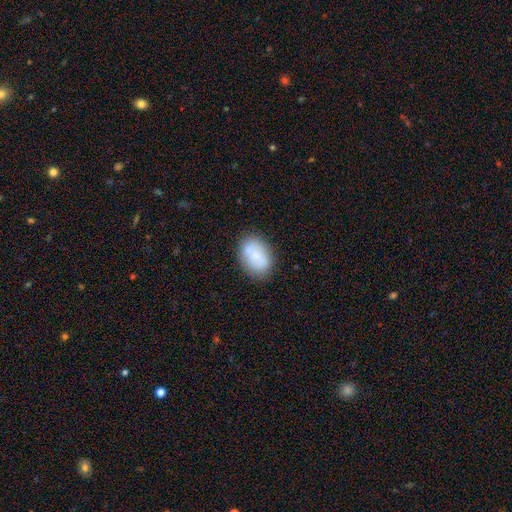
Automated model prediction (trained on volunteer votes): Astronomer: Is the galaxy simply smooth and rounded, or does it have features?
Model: smooth — 77%.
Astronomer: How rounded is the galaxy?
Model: in between — 82%.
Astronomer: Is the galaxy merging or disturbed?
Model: none — 73%.